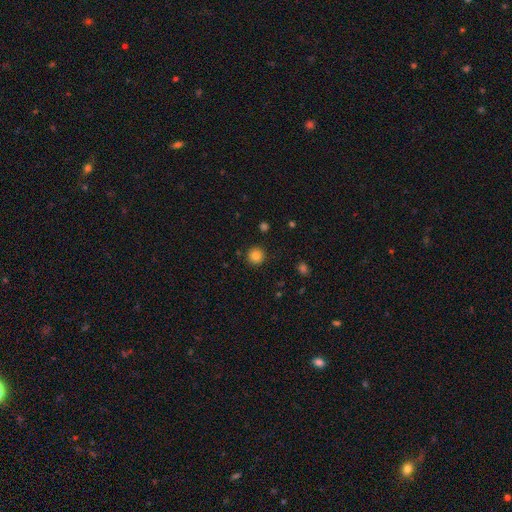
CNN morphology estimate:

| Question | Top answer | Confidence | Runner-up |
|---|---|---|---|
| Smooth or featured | smooth | 84% | star or artifact (11%) |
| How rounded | round | 95% | in between (4%) |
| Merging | none | 91% | minor disturbance (5%) |